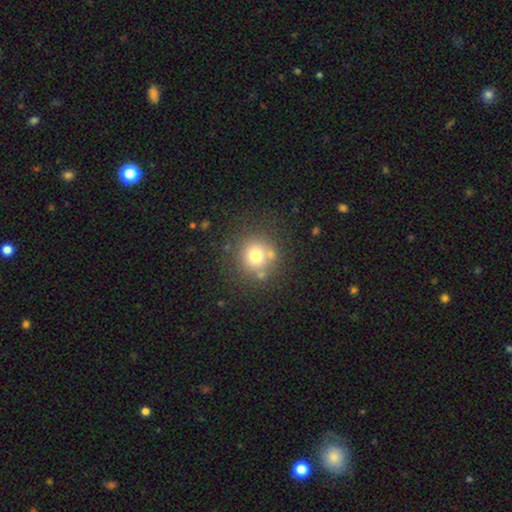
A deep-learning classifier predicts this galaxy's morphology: smooth_or_featured: smooth (p=0.72) [alt: star or artifact p=0.15]
how_rounded: round (p=0.92) [alt: in between p=0.07]
merging: none (p=0.75) [alt: minor disturbance p=0.11]